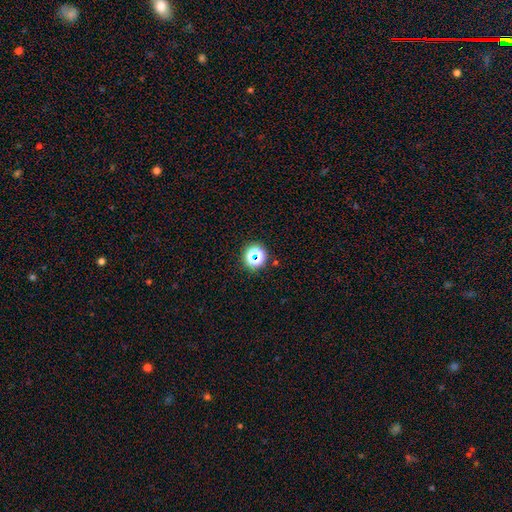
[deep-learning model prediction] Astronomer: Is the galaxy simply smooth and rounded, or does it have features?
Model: star or artifact — 52% (runner-up: smooth, 39%).